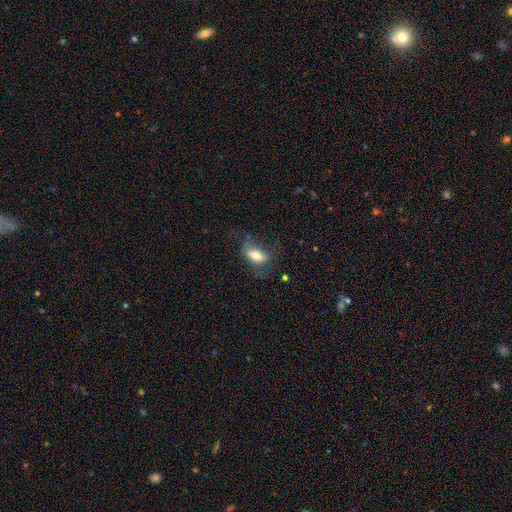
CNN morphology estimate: This appears to be a smooth galaxy with no disk features (71%) that is in between round and cigar-shaped (86%). Merging: none (55%).